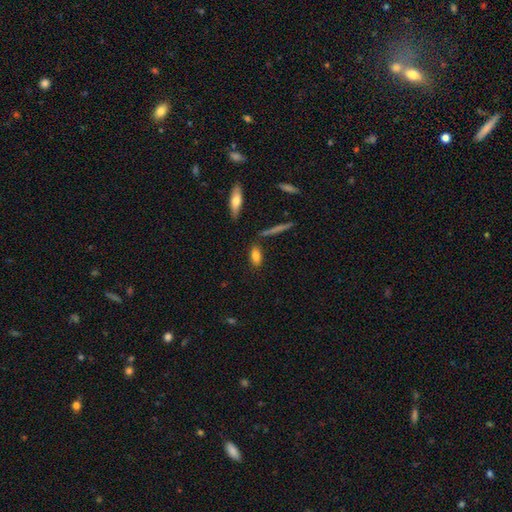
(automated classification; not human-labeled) Q: Smooth or featured?
A: smooth (81%); runner-up: featured or disk (11%)
Q: How rounded?
A: in between (79%); runner-up: cigar-shaped (18%)
Q: Merging?
A: none (76%); runner-up: minor disturbance (14%)